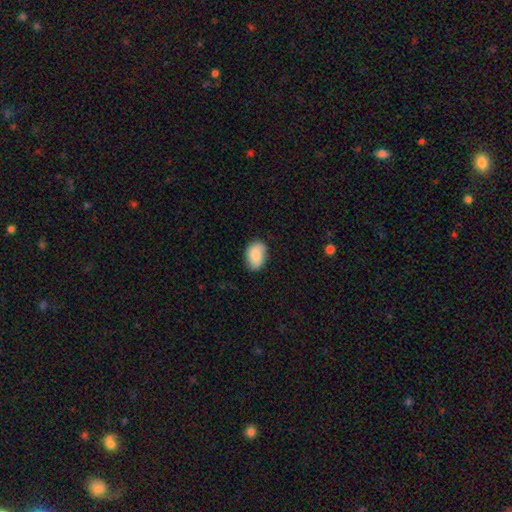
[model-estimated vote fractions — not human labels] Q: Smooth or featured?
A: smooth (80%); runner-up: featured or disk (13%)
Q: How rounded?
A: in between (83%); runner-up: round (15%)
Q: Merging?
A: none (77%); runner-up: minor disturbance (18%)